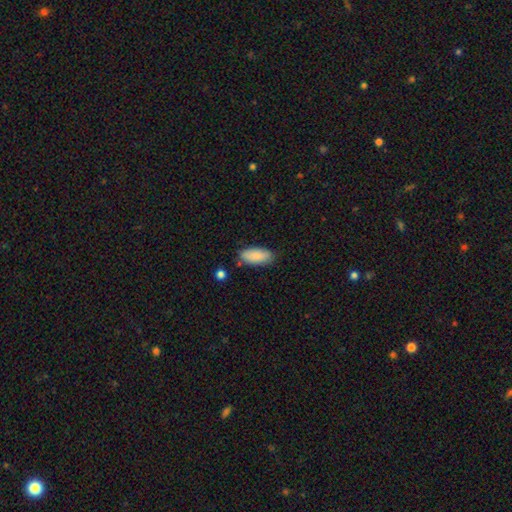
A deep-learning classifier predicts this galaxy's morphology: Q: Smooth or featured?
A: smooth (88%); runner-up: star or artifact (6%)
Q: How rounded?
A: in between (87%); runner-up: cigar-shaped (11%)
Q: Merging?
A: none (81%); runner-up: minor disturbance (13%)